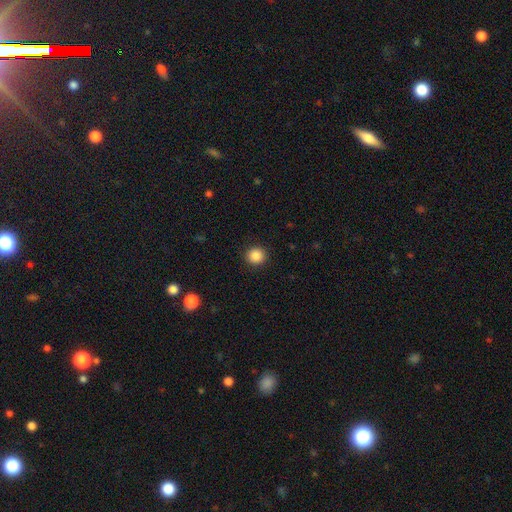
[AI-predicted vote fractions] Smooth or featured?
  - smooth: 87% *
  - star or artifact: 10%
  - featured or disk: 3%
How rounded?
  - round: 92% *
  - in between: 7%
  - cigar-shaped: 1%
Merging?
  - none: 92% *
  - minor disturbance: 5%
  - major disturbance: 2%
  - merger: 1%